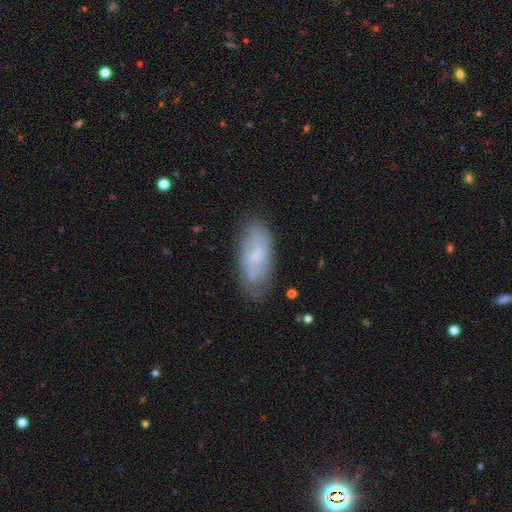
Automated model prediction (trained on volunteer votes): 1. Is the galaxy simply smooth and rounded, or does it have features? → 50% smooth, 42% featured or disk, 8% star or artifact.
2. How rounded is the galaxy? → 83% in between, 15% cigar-shaped, 2% round.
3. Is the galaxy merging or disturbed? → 74% none, 20% minor disturbance, 5% major disturbance, 2% merger.